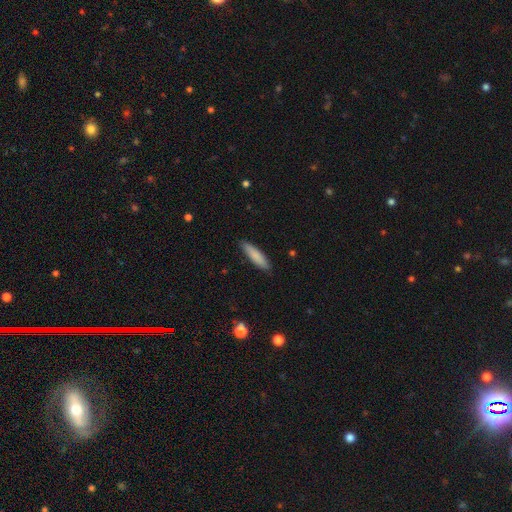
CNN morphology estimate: Q: Smooth or featured?
A: smooth (84%); runner-up: featured or disk (10%)
Q: How rounded?
A: cigar-shaped (73%); runner-up: in between (25%)
Q: Merging?
A: none (87%); runner-up: minor disturbance (10%)